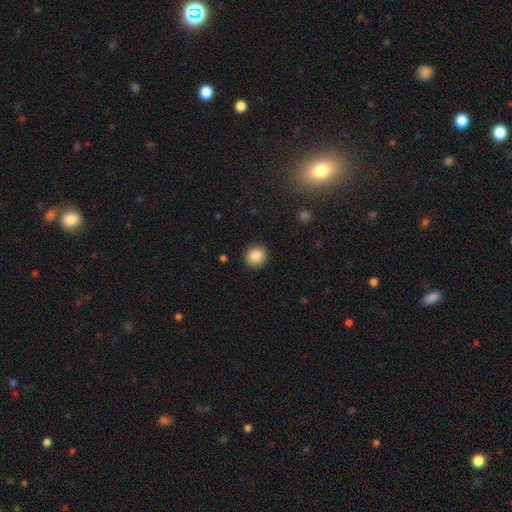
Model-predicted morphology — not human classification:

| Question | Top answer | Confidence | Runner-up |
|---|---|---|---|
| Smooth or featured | smooth | 87% | star or artifact (9%) |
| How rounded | round | 87% | in between (12%) |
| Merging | none | 91% | minor disturbance (6%) |